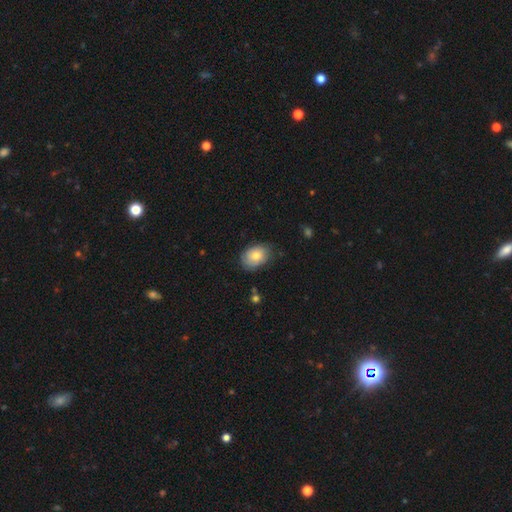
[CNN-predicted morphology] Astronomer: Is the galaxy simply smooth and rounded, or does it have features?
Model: smooth — 72%.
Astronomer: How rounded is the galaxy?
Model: in between — 80%.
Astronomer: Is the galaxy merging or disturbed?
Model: none — 70%.